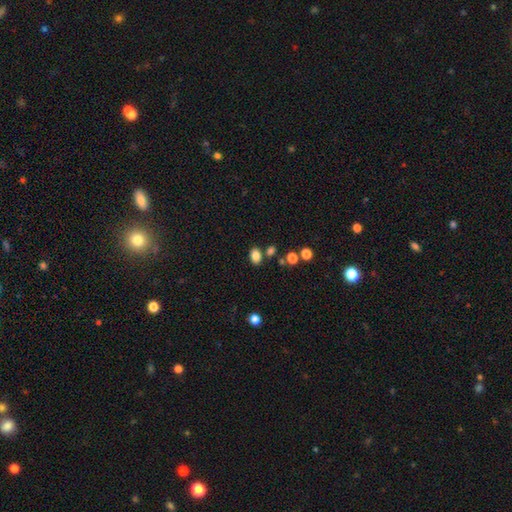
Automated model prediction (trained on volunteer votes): Morphology: type=smooth (83%); roundness=in between (79%); merging=none (78%).